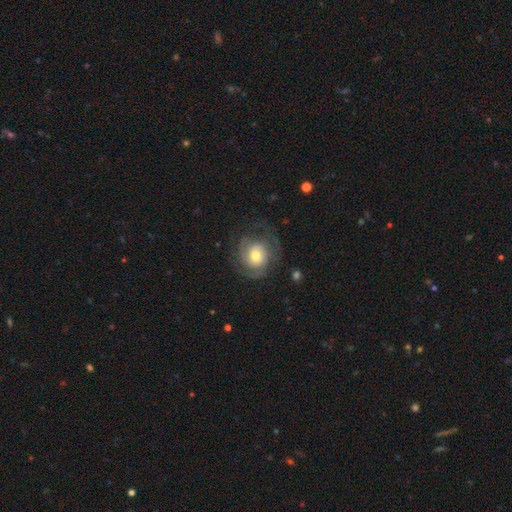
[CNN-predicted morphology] type=featured or disk (68%); edge-on=no (97%); bar=no (76%); spiral arms=yes (87%); winding=tight (54%); arm count=can't tell (34%); bulge=moderate (59%); merging=none (63%).